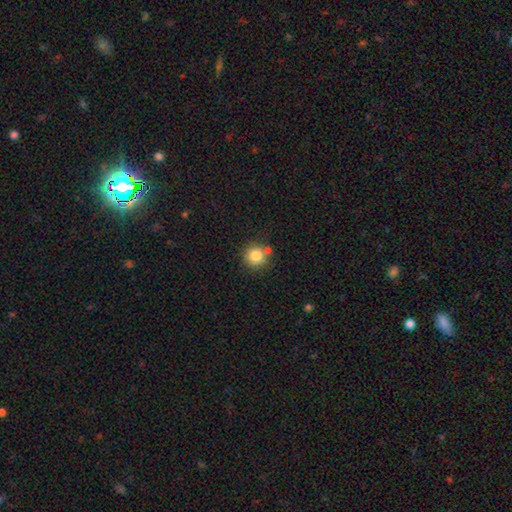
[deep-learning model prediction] Q: Smooth or featured?
A: smooth (83%); runner-up: star or artifact (11%)
Q: How rounded?
A: round (93%); runner-up: in between (6%)
Q: Merging?
A: none (74%); runner-up: merger (13%)